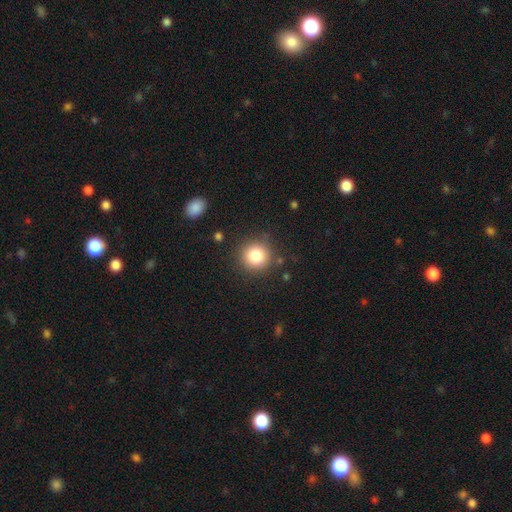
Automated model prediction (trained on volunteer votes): Smooth or featured: smooth — 83% (star or artifact — 11%)
How rounded: round — 93% (in between — 7%)
Merging: none — 86% (minor disturbance — 9%)